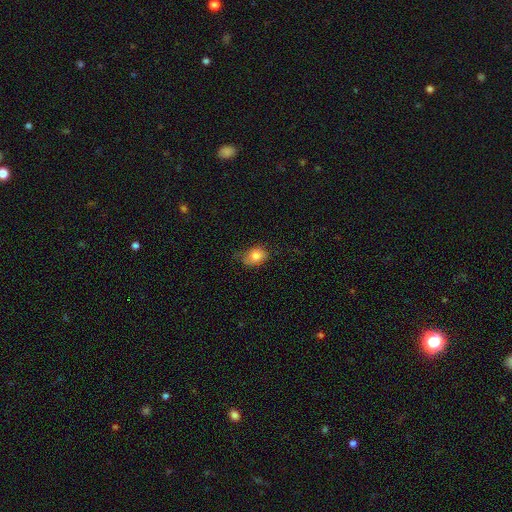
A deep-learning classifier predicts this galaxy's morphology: This appears to be a smooth galaxy with no disk features (81%) that is in between round and cigar-shaped (63%). Merging: none (55%).